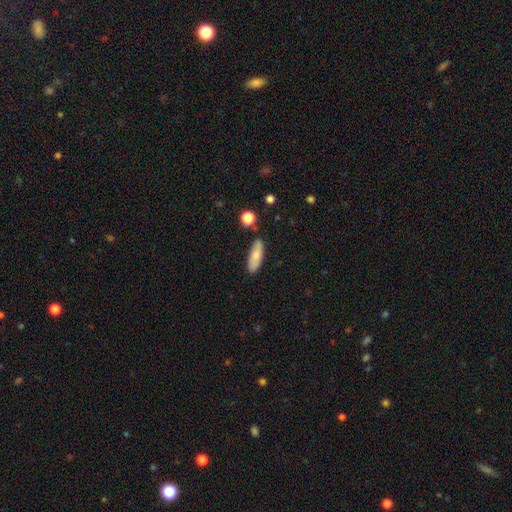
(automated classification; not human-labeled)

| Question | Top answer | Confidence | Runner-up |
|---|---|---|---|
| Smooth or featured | smooth | 77% | featured or disk (16%) |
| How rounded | in between | 61% | cigar-shaped (37%) |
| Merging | none | 81% | minor disturbance (13%) |